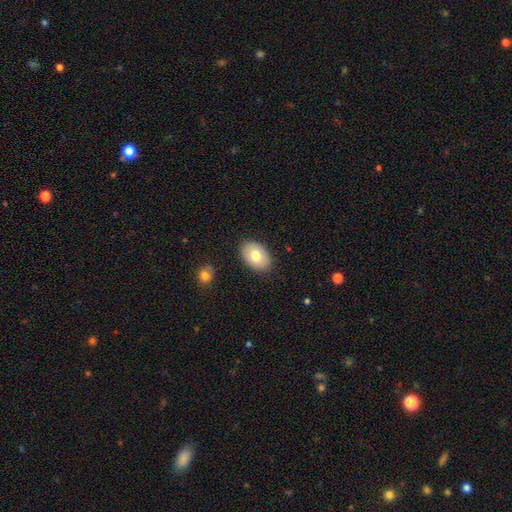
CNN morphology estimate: Smooth or featured: smooth — 77% (featured or disk — 16%)
How rounded: in between — 87% (round — 12%)
Merging: none — 87% (minor disturbance — 9%)